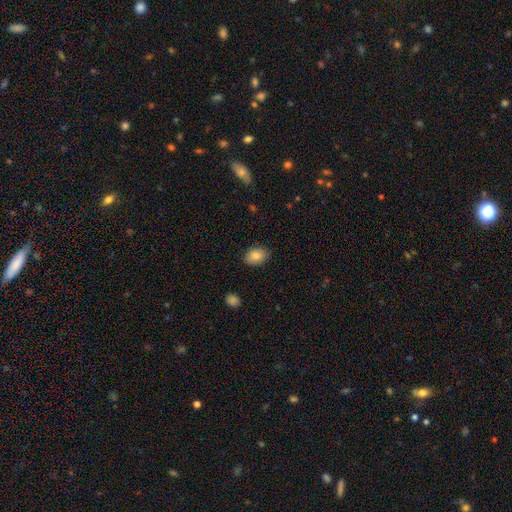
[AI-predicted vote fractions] smooth_or_featured: smooth (p=0.83) [alt: featured or disk p=0.09]
how_rounded: in between (p=0.75) [alt: round p=0.24]
merging: none (p=0.86) [alt: minor disturbance p=0.11]